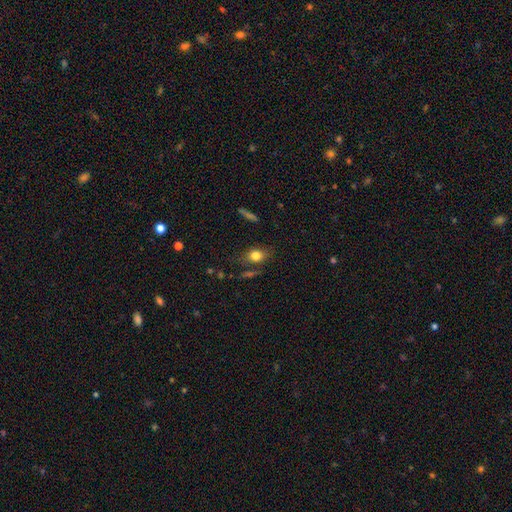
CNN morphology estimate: Overall: smooth (77%). How rounded: in between (67%; round 29%). Merging: none (69%).